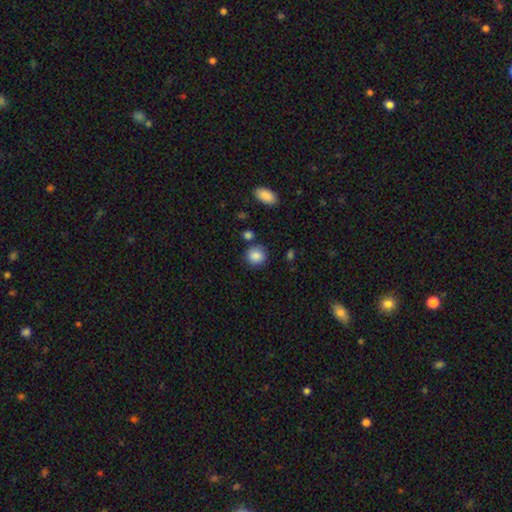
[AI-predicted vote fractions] smooth 87%, star or artifact 9%, featured or disk 5%. Down the decision tree: how rounded — round (85%); merging — none (79%).